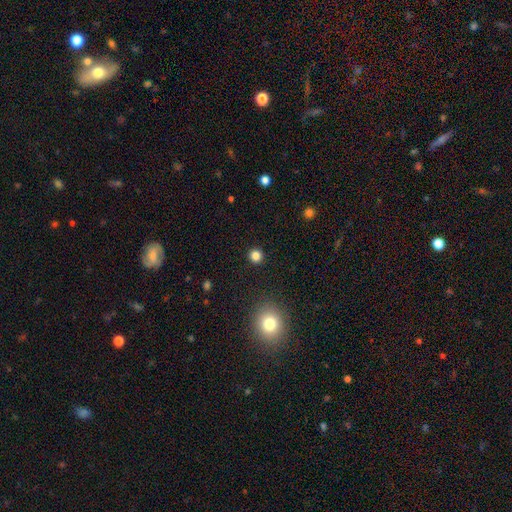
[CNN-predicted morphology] Smooth or featured?
  - smooth: 82% *
  - star or artifact: 13%
  - featured or disk: 4%
How rounded?
  - round: 92% *
  - in between: 7%
  - cigar-shaped: 1%
Merging?
  - none: 92% *
  - minor disturbance: 5%
  - major disturbance: 2%
  - merger: 1%